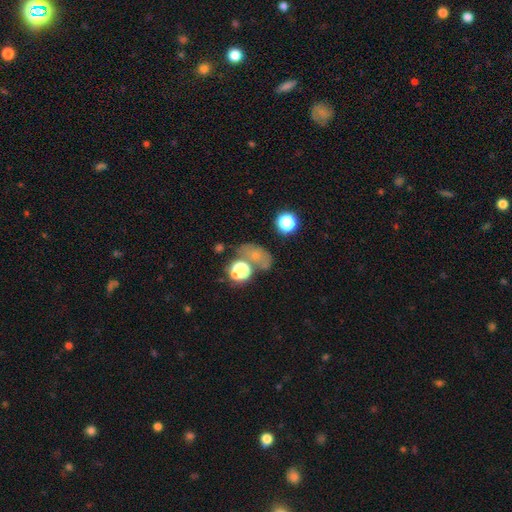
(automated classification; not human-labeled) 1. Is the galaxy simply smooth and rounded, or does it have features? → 50% smooth, 31% star or artifact, 19% featured or disk.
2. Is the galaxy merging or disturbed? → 52% none, 19% merger, 17% minor disturbance, 12% major disturbance.